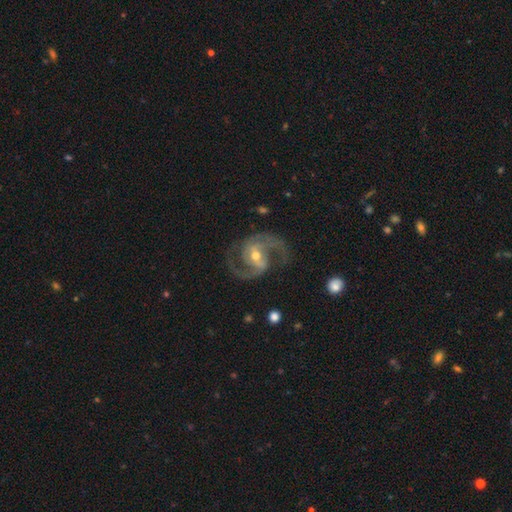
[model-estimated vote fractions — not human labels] Overall: featured or disk (92%). Edge-on disk: no (98%). Bar: weak (44%; strong 36%). Spiral arms: yes (98%). Spiral arm count: 2 (93%). Spiral winding: medium (64%). Bulge size: moderate (55%; small 40%). Merging: none (79%).